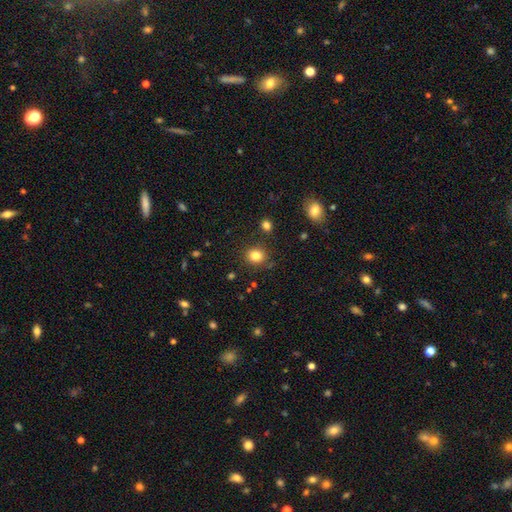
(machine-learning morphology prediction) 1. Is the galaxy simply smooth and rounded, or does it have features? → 82% smooth, 12% star or artifact, 6% featured or disk.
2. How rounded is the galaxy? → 76% round, 23% in between, 1% cigar-shaped.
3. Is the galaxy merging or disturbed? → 84% none, 10% minor disturbance, 3% major disturbance, 3% merger.